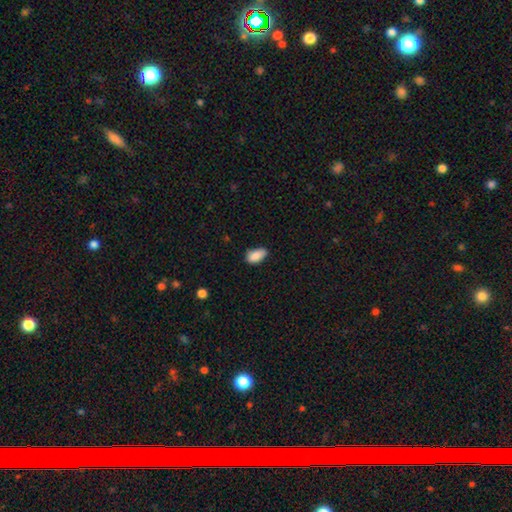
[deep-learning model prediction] Smooth or featured: smooth — 88% (star or artifact — 8%)
How rounded: in between — 92% (round — 5%)
Merging: none — 67% (minor disturbance — 28%)